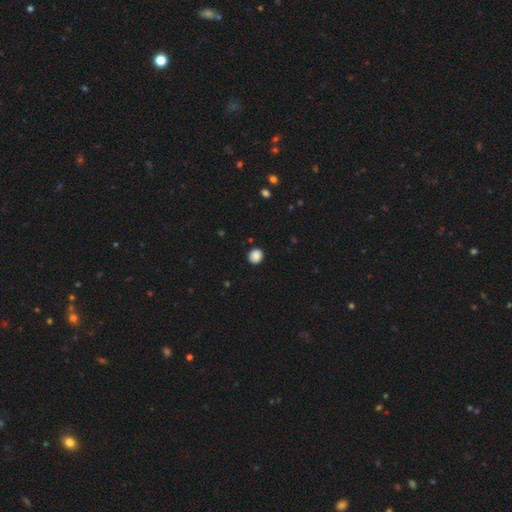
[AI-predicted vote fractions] Q: Smooth or featured?
A: smooth (88%); runner-up: star or artifact (9%)
Q: How rounded?
A: round (86%); runner-up: in between (13%)
Q: Merging?
A: none (90%); runner-up: minor disturbance (7%)